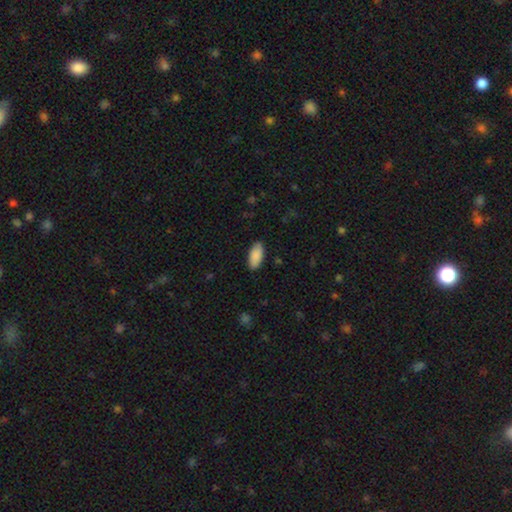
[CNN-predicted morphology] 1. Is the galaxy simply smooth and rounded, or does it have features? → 89% smooth, 6% star or artifact, 5% featured or disk.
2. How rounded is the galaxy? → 90% in between, 8% cigar-shaped, 2% round.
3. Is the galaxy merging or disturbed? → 87% none, 10% minor disturbance, 2% major disturbance, 1% merger.